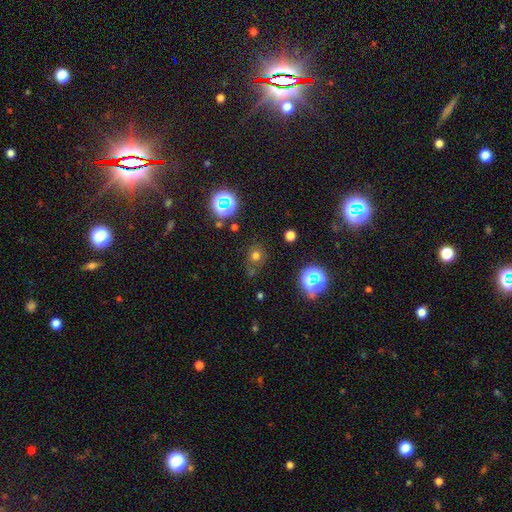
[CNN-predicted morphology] Smooth or featured: smooth — 64% (star or artifact — 27%)
How rounded: round — 82% (in between — 17%)
Merging: none — 75% (minor disturbance — 14%)